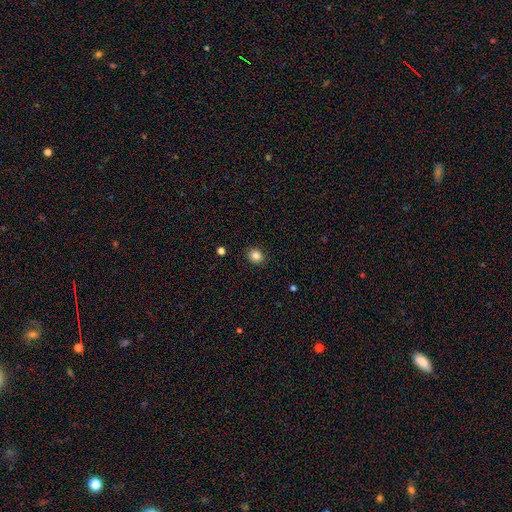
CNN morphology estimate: Smooth or featured? smooth (85%)
How rounded? round (69%)
Merging? none (90%)